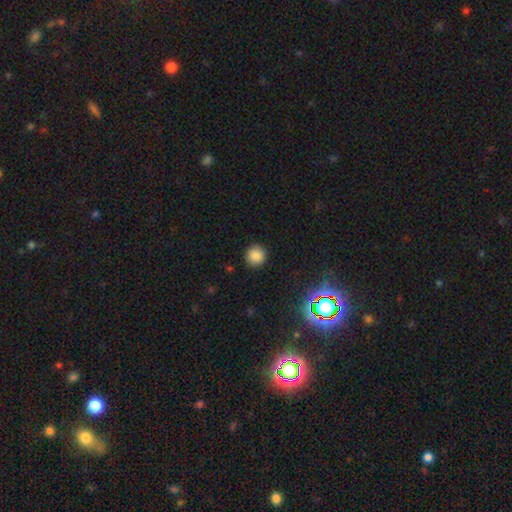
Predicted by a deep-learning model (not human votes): This is clearly a smooth galaxy (85%). How rounded: clearly round (94%). Merging: clearly none (91%).